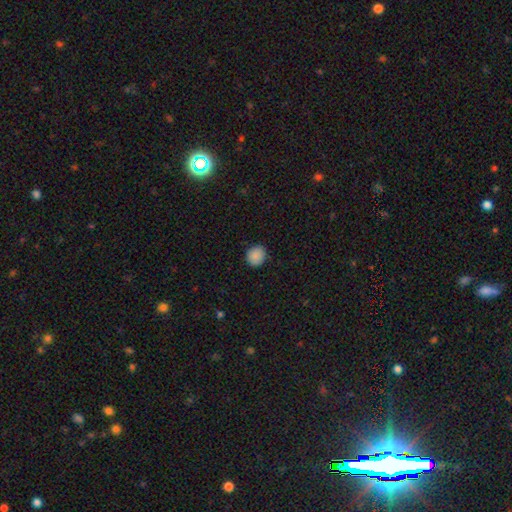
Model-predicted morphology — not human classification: Overall: smooth (88%). How rounded: round (81%). Merging: none (88%).